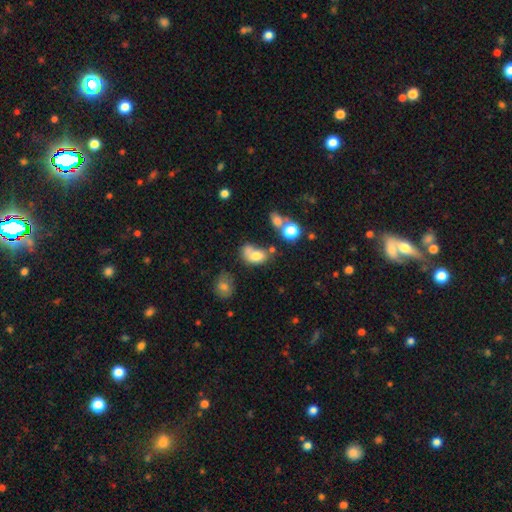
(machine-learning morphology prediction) Smooth or featured? smooth (72%)
How rounded? in between (75%)
Merging? merger (34%)